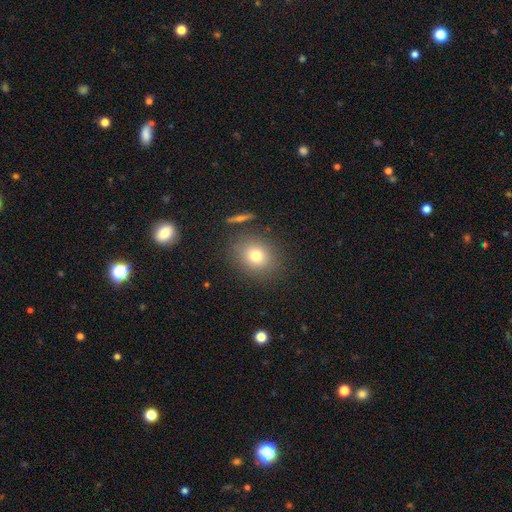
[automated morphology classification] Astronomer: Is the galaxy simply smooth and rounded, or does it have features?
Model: smooth — 76%.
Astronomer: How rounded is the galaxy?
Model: round — 64%.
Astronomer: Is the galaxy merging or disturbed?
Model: none — 84%.